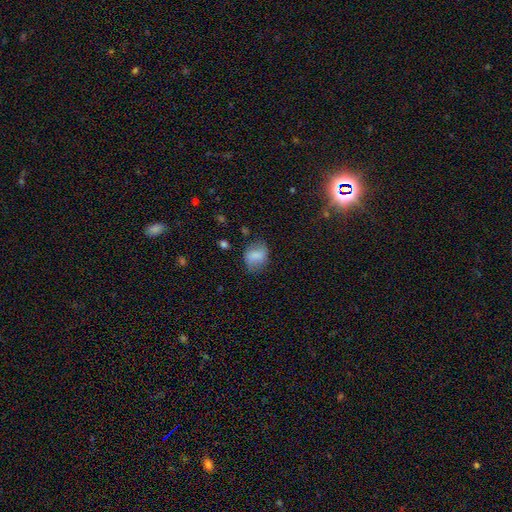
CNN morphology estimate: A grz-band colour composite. It shows a smooth galaxy with no disk features (73%) that is in between round and cigar-shaped (54%). Merging: none (68%).